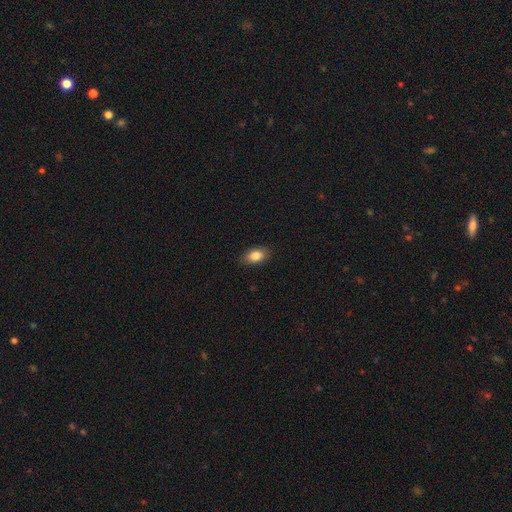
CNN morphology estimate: Smooth or featured? smooth (85%)
How rounded? in between (88%)
Merging? none (88%)